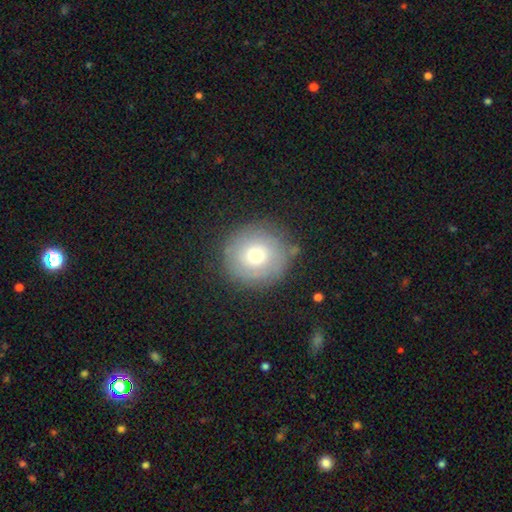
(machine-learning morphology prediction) Smooth or featured? Predicted: smooth (p=0.59). How rounded? Predicted: round (p=0.92). Merging? Predicted: none (p=0.81).